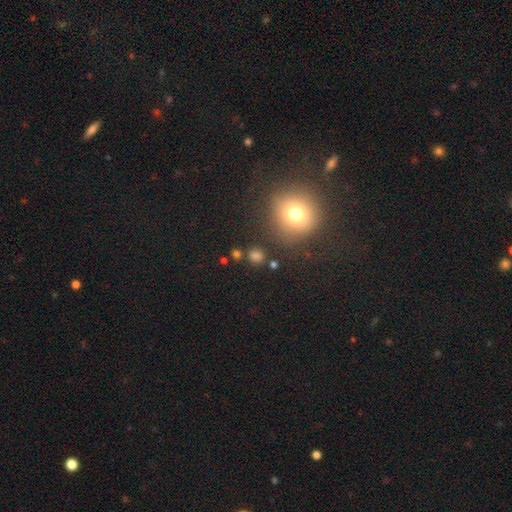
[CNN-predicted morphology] type=smooth (72%); roundness=round (84%); merging=none (82%).